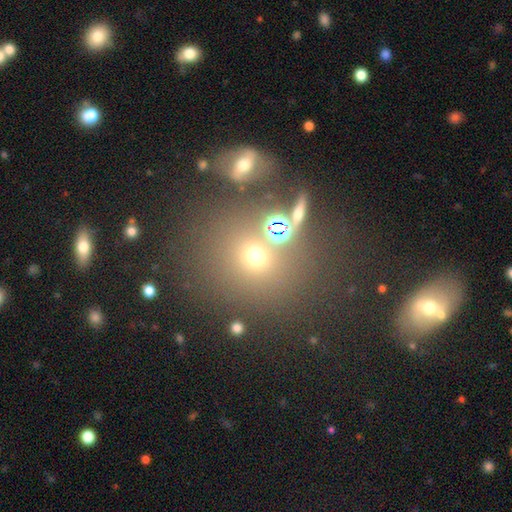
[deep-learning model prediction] The model was most divided on "smooth or featured": smooth: 61%, star or artifact: 24%, featured or disk: 14%. More confident: how rounded — round (77%); merging — none (66%).